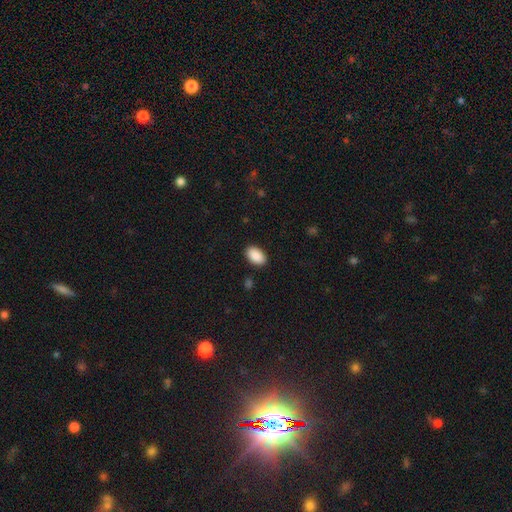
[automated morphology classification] Q: Smooth or featured?
A: smooth (91%); runner-up: star or artifact (6%)
Q: How rounded?
A: in between (94%); runner-up: round (5%)
Q: Merging?
A: none (89%); runner-up: minor disturbance (8%)